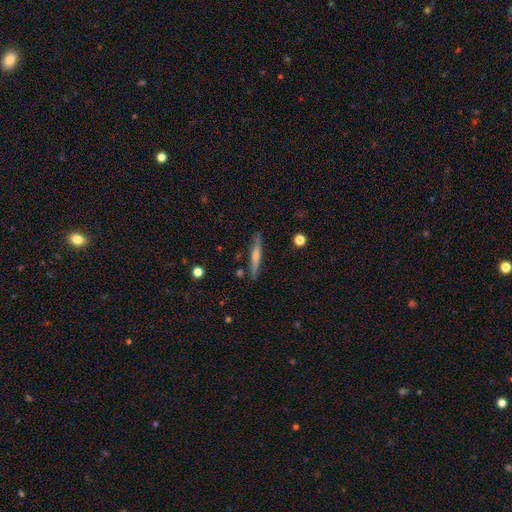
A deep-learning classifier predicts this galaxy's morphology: featured or disk 60%, smooth 33%, star or artifact 7%. Down the decision tree: edge-on disk — yes (96%); edge-on bulge — rounded (72%); merging — none (87%).